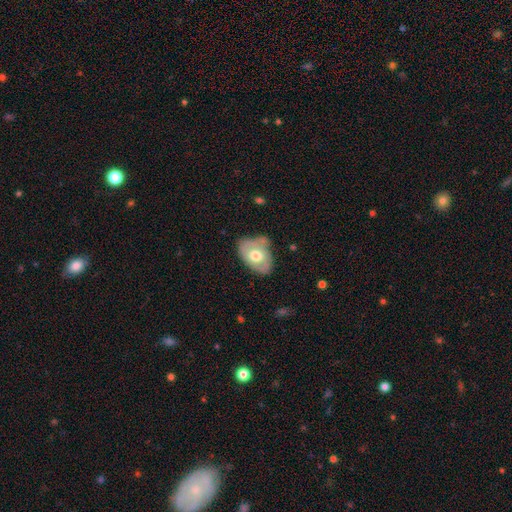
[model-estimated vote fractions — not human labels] smooth 52%, featured or disk 42%, star or artifact 6%. Down the decision tree: how rounded — in between (85%); merging — none (49%).